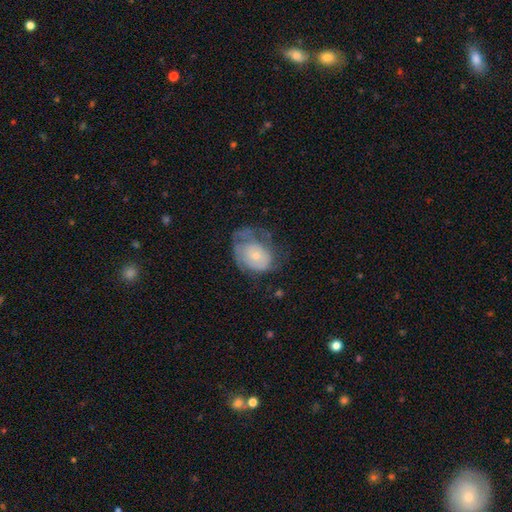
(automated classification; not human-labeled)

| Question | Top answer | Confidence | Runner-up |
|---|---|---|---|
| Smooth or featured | featured or disk | 48% | smooth (45%) |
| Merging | major disturbance | 35% | none (33%) |